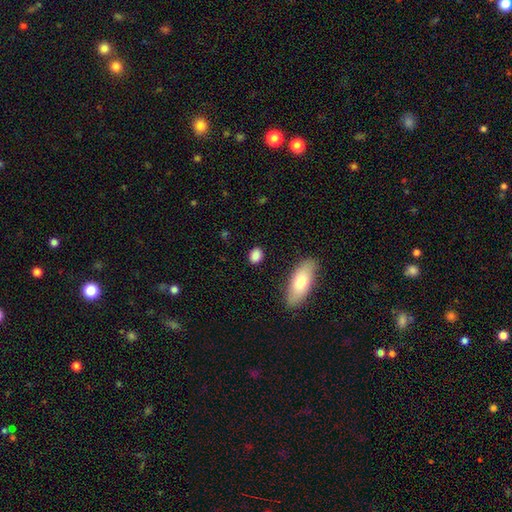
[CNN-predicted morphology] A smooth galaxy with no disk features (87%) that is in between round and cigar-shaped (58%).

Vote fractions:
- Smooth or featured? smooth: 87% / star or artifact: 8% / featured or disk: 5%
- How rounded? in between: 58% / round: 38% / cigar-shaped: 4%
- Merging? none: 84% / minor disturbance: 11% / major disturbance: 3% / merger: 3%